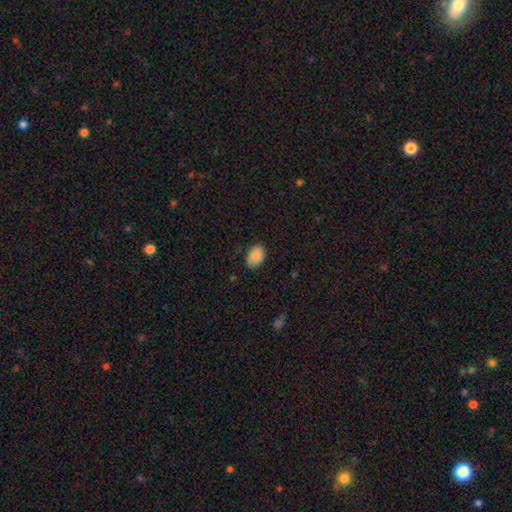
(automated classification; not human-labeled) Smooth or featured? smooth (88%)
How rounded? in between (83%)
Merging? none (78%)